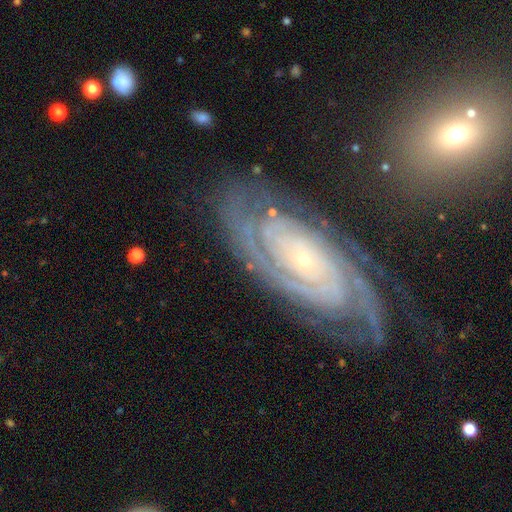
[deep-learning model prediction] Overall: featured or disk (90%). Edge-on disk: no (95%). Bar: no (73%). Spiral arms: yes (98%). Spiral arm count: 2 (34%; can't tell 20%). Spiral winding: tight (80%). Bulge size: small (83%). Merging: none (75%).